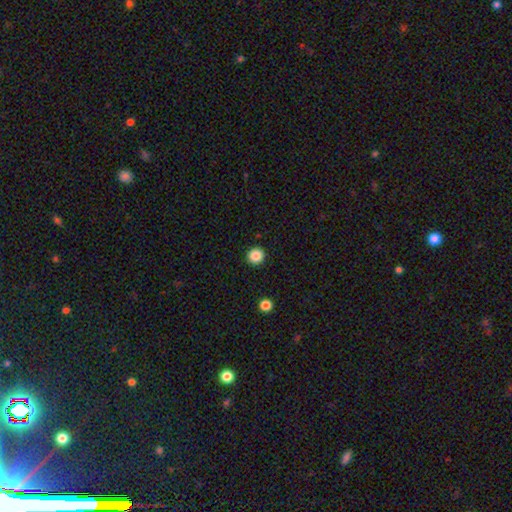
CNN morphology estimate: Smooth or featured?
  - smooth: 86% *
  - star or artifact: 11%
  - featured or disk: 4%
How rounded?
  - round: 95% *
  - in between: 4%
  - cigar-shaped: 1%
Merging?
  - none: 93% *
  - minor disturbance: 4%
  - major disturbance: 1%
  - merger: 1%